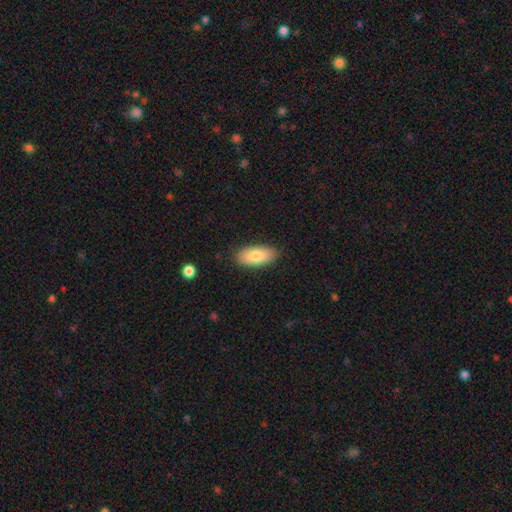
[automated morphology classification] smooth_or_featured: smooth (p=0.81) [alt: featured or disk p=0.13]
how_rounded: in between (p=0.91) [alt: cigar-shaped p=0.07]
merging: none (p=0.86) [alt: minor disturbance p=0.10]